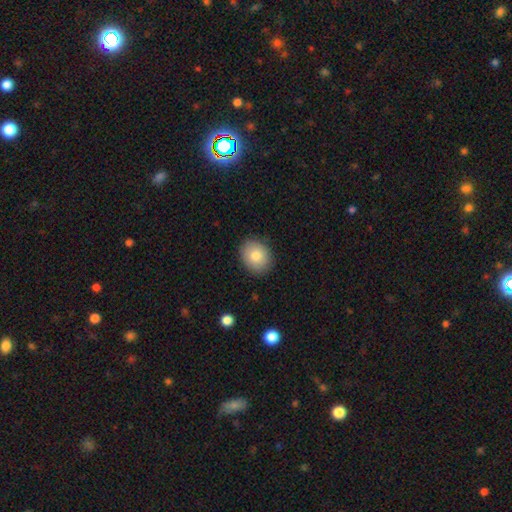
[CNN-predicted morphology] Overall: smooth (81%). How rounded: round (60%; in between 39%). Merging: none (88%).